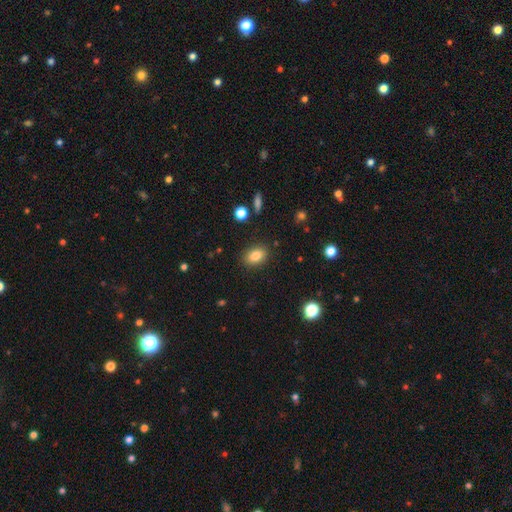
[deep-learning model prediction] Smooth or featured?
  - smooth: 83% *
  - star or artifact: 10%
  - featured or disk: 7%
How rounded?
  - in between: 80% *
  - round: 18%
  - cigar-shaped: 2%
Merging?
  - none: 87% *
  - minor disturbance: 9%
  - major disturbance: 3%
  - merger: 2%